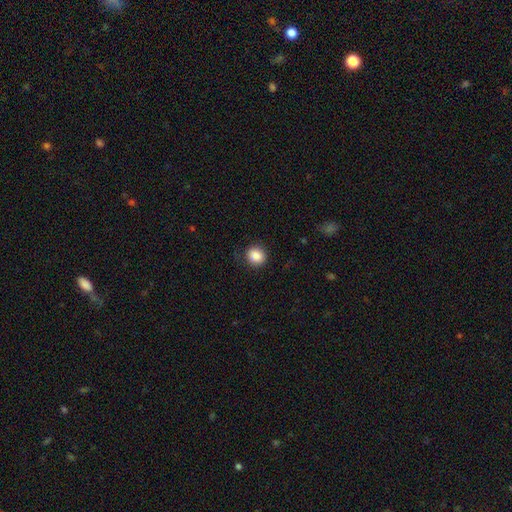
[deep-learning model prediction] A smooth galaxy with no disk features (87%) that is round (78%).

Vote fractions:
- Smooth or featured? smooth: 87% / star or artifact: 9% / featured or disk: 4%
- How rounded? round: 78% / in between: 21% / cigar-shaped: 1%
- Merging? none: 83% / minor disturbance: 13% / major disturbance: 4% / merger: 1%